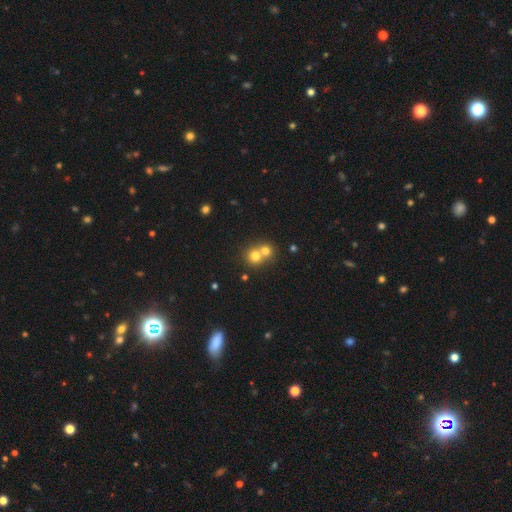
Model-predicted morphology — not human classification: Smooth or featured?
  - smooth: 74% *
  - featured or disk: 13%
  - star or artifact: 13%
How rounded?
  - round: 85% *
  - in between: 14%
  - cigar-shaped: 1%
Merging?
  - merger: 59% *
  - none: 35%
  - minor disturbance: 4%
  - major disturbance: 2%